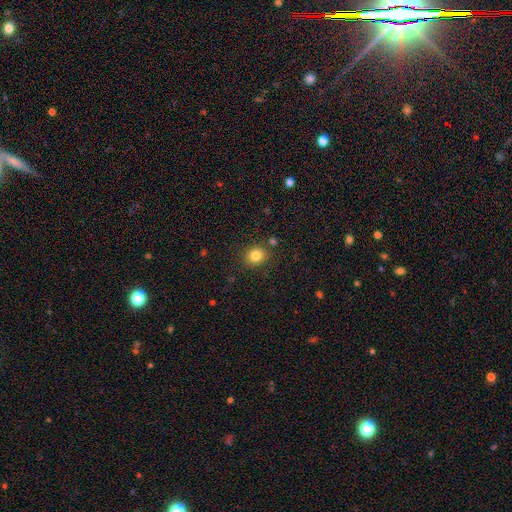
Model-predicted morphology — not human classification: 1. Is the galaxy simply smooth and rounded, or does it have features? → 82% smooth, 12% star or artifact, 7% featured or disk.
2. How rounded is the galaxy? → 72% round, 27% in between, 1% cigar-shaped.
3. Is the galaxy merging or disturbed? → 85% none, 9% minor disturbance, 4% merger, 3% major disturbance.